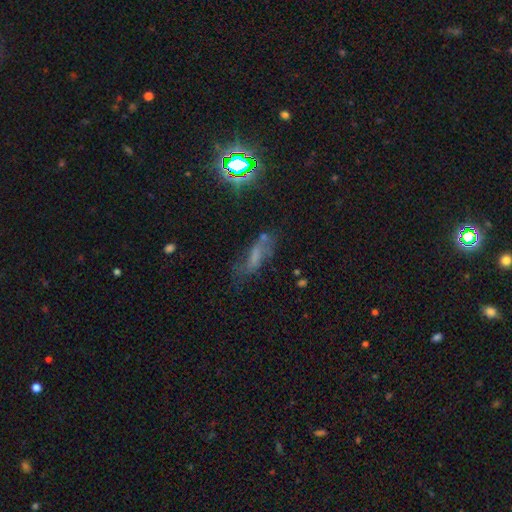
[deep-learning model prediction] This is marginally a featured or disk galaxy (37%). Merging: possibly none (53%).